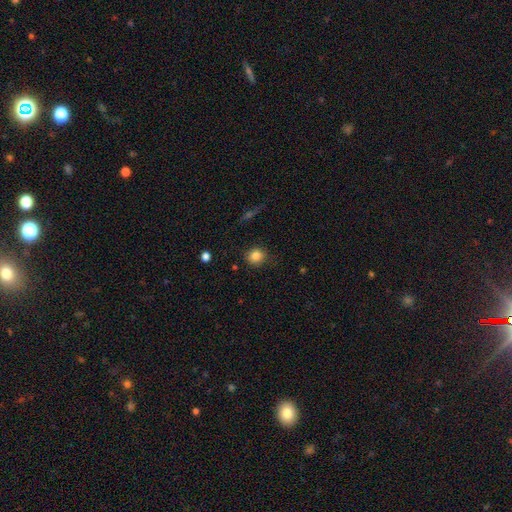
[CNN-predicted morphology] A smooth galaxy with no disk features (83%) that is round (80%). Merging: none (84%).